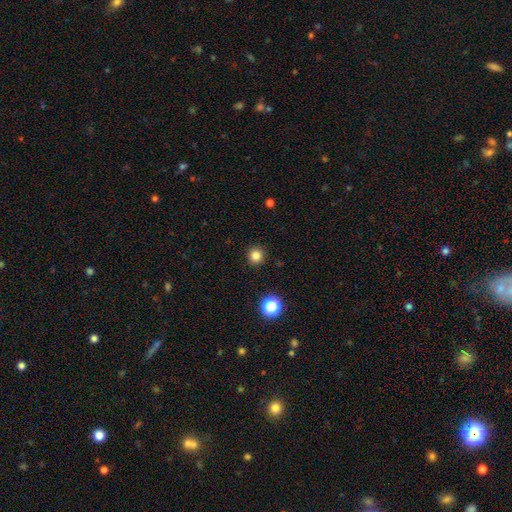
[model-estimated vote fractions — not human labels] Smooth or featured? smooth (82%)
How rounded? round (94%)
Merging? none (92%)